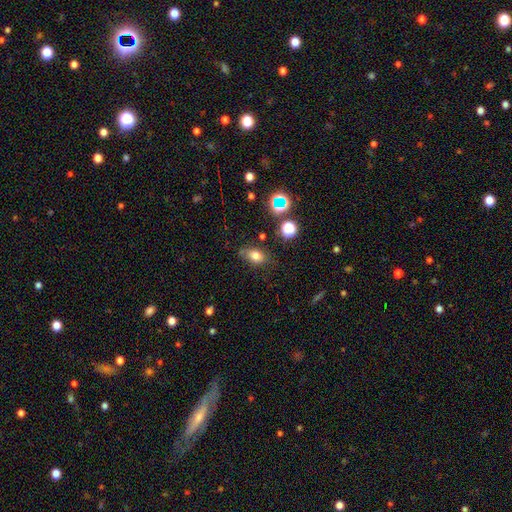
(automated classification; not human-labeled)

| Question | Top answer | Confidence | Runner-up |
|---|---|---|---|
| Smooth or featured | smooth | 74% | star or artifact (15%) |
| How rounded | in between | 77% | round (20%) |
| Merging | none | 70% | minor disturbance (20%) |